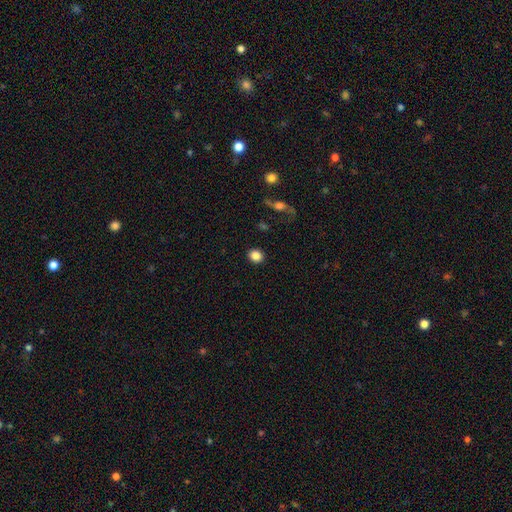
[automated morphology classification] A smooth galaxy with no disk features (85%) that is round (73%). Merging: none (90%).